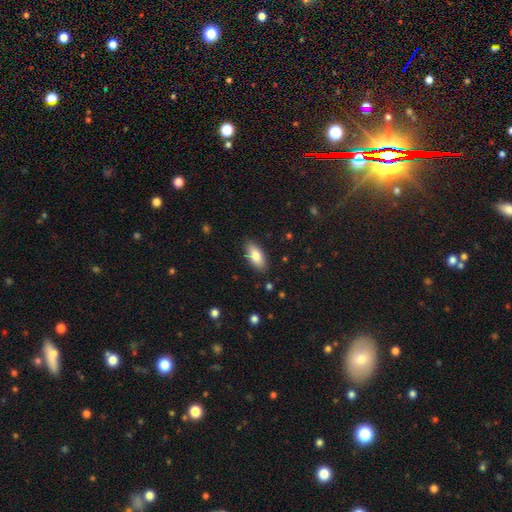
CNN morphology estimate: The model was most divided on "smooth or featured": smooth: 83%, featured or disk: 11%, star or artifact: 6%. More confident: merging — none (87%); how rounded — in between (87%).